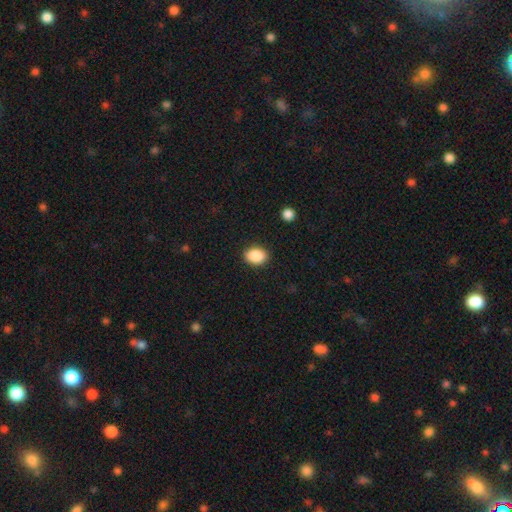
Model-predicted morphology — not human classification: A smooth galaxy with no disk features (89%) that is in between round and cigar-shaped (70%). Merging: none (89%).